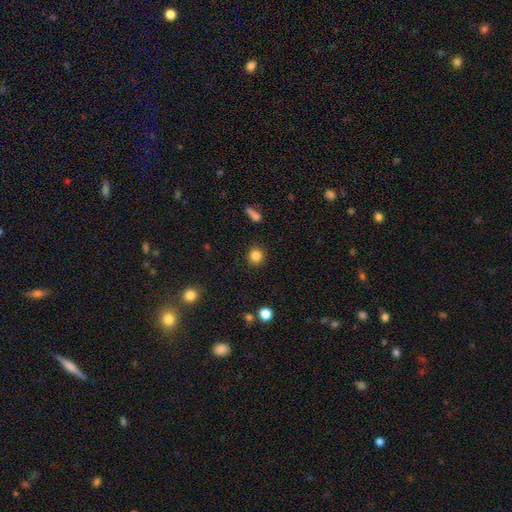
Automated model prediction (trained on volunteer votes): Morphology: type=smooth (84%); roundness=round (90%); merging=none (91%).